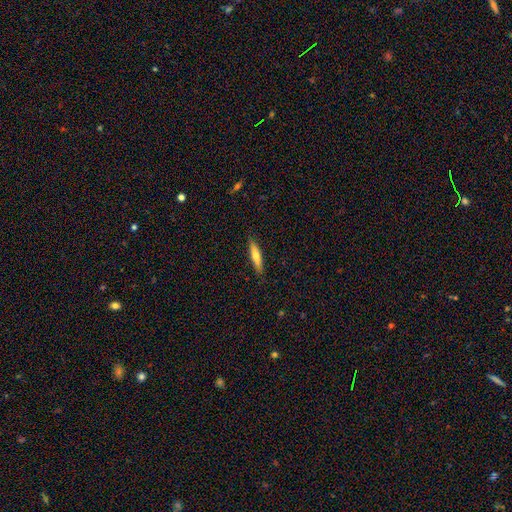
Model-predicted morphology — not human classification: smooth_or_featured: smooth (p=0.64) [alt: featured or disk p=0.30]
how_rounded: cigar-shaped (p=0.81) [alt: in between p=0.18]
merging: none (p=0.89) [alt: minor disturbance p=0.09]